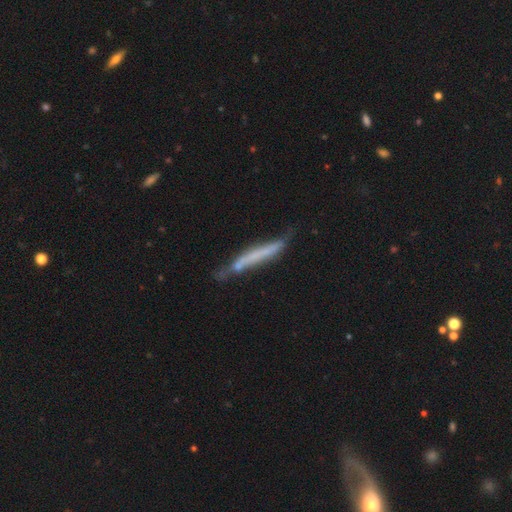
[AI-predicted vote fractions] This appears to be a smooth galaxy with no disk features (47%). Merging: none (58%).